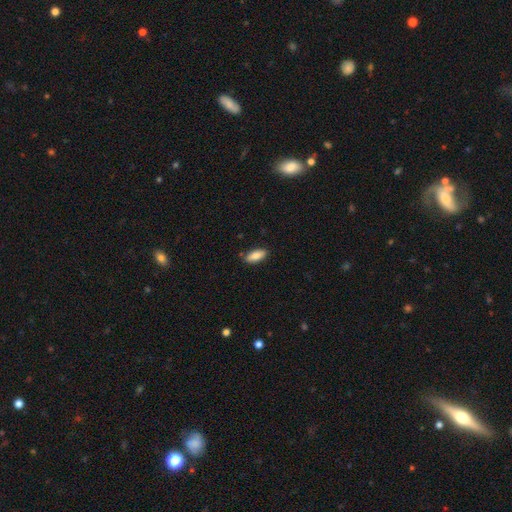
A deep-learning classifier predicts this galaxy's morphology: smooth_or_featured: smooth (p=0.85) [alt: featured or disk p=0.08]
how_rounded: in between (p=0.84) [alt: cigar-shaped p=0.14]
merging: none (p=0.85) [alt: minor disturbance p=0.11]